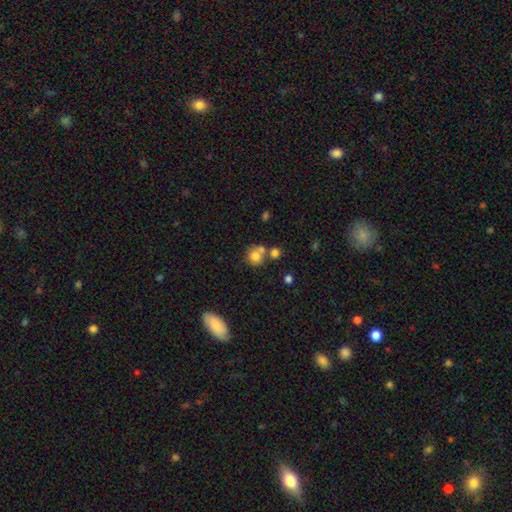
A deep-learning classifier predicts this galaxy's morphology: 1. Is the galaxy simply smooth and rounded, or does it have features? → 77% smooth, 11% featured or disk, 11% star or artifact.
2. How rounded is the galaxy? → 83% round, 16% in between, 1% cigar-shaped.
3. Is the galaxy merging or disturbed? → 49% none, 36% merger, 10% minor disturbance, 4% major disturbance.